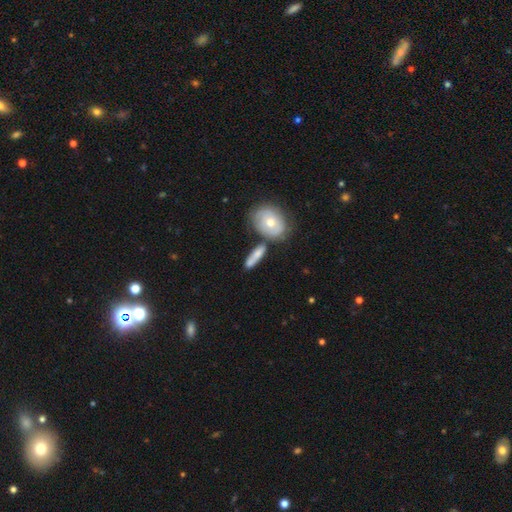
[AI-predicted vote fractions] Smooth or featured? smooth (64%)
How rounded? in between (48%)
Merging? none (57%)